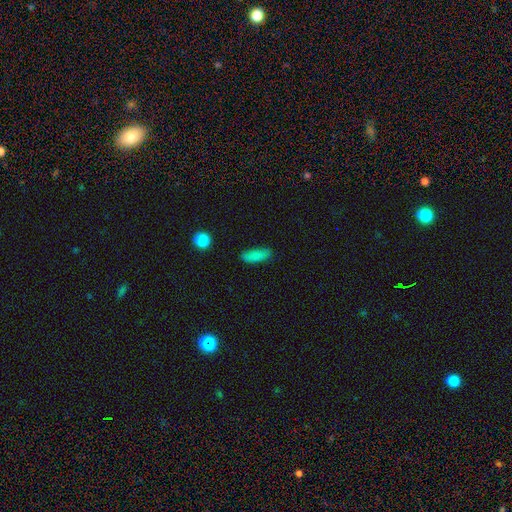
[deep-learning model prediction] This is clearly a smooth galaxy (85%). How rounded: likely in between (63%). Merging: clearly none (86%).